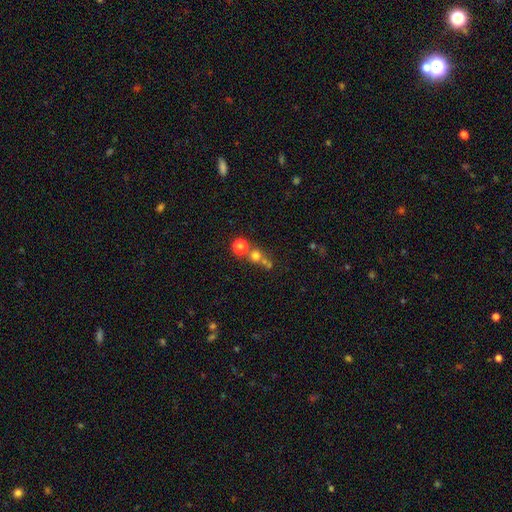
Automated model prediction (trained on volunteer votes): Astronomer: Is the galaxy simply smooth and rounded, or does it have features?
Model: smooth — 65%.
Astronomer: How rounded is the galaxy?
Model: round — 89%.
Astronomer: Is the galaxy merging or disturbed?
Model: none — 51% (runner-up: merger, 38%).